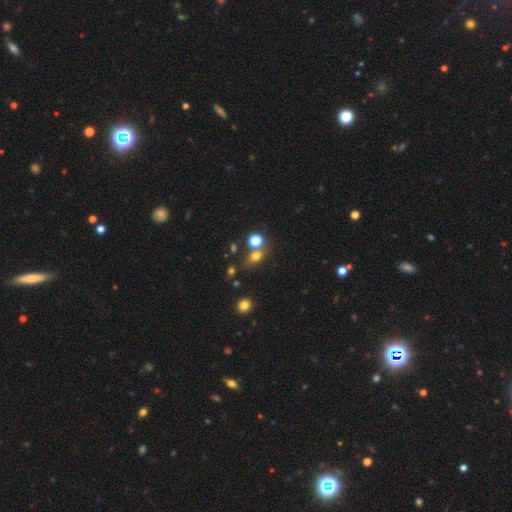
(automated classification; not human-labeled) This appears to be a smooth galaxy with no disk features (68%) that is round (55%). Merging: none (55%).